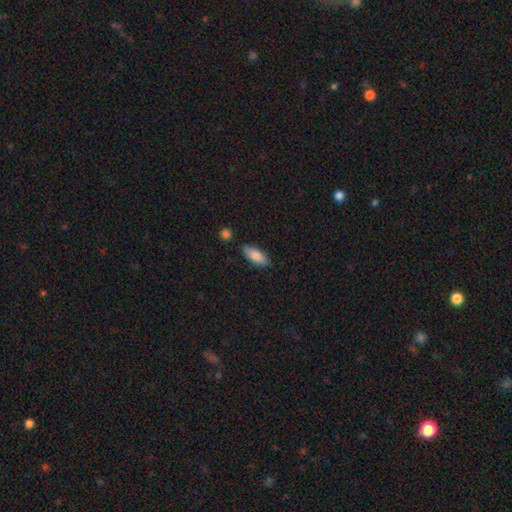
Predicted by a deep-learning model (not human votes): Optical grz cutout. It shows a smooth galaxy with no disk features (84%) that is in between round and cigar-shaped (77%). Merging: none (80%).